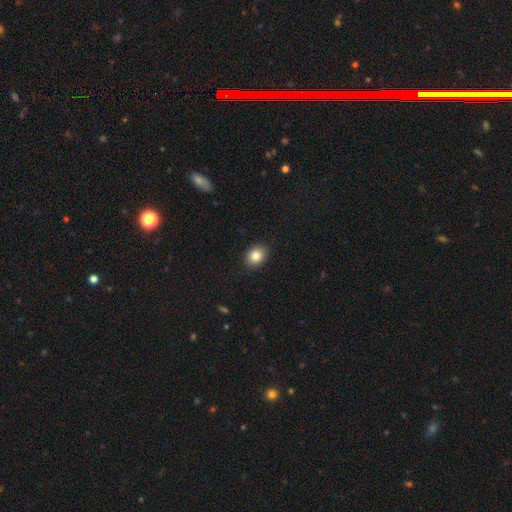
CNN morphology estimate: type=smooth (84%); roundness=in between (55%); merging=none (90%).